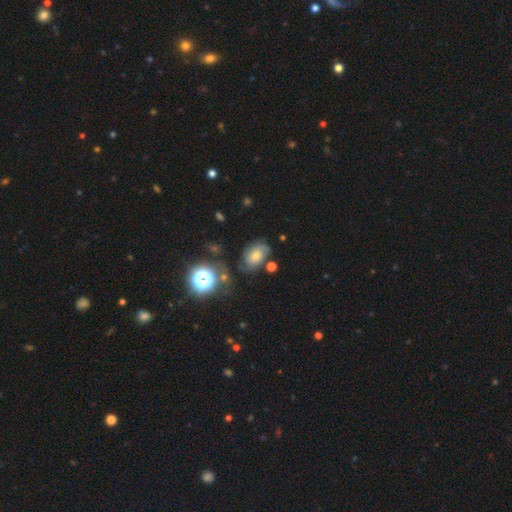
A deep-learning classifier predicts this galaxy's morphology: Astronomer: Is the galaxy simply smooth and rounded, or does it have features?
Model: featured or disk — 50% (runner-up: smooth, 36%).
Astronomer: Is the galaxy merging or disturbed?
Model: none — 58%.